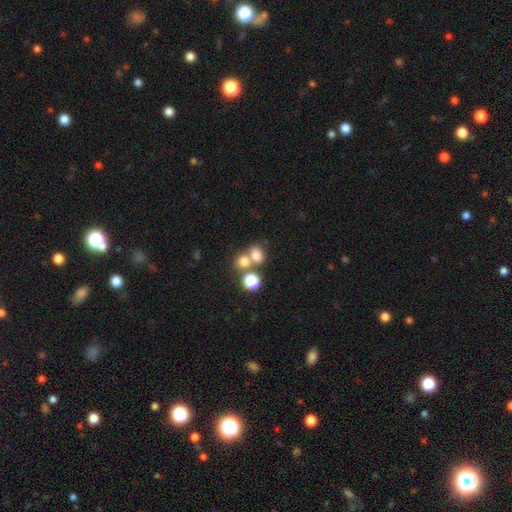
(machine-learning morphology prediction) Smooth or featured? Predicted: smooth (p=0.75). How rounded? Predicted: round (p=0.50). Merging? Predicted: none (p=0.43, tied with merger).